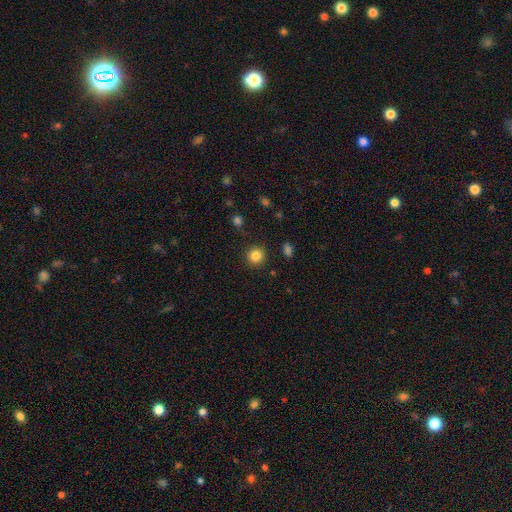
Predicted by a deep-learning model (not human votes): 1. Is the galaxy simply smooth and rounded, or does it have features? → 84% smooth, 11% star or artifact, 5% featured or disk.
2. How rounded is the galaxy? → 94% round, 5% in between, 1% cigar-shaped.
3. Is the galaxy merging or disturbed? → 90% none, 6% minor disturbance, 2% major disturbance, 2% merger.